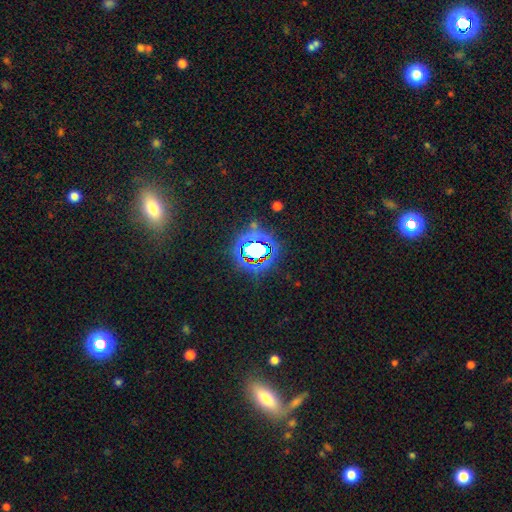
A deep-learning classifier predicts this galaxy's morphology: star or artifact 74%, smooth 15%, featured or disk 11%.